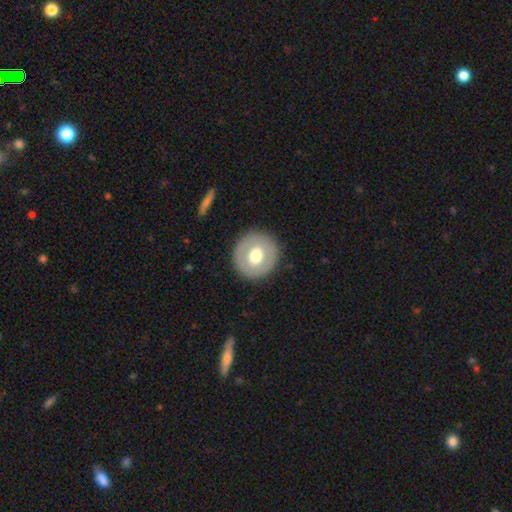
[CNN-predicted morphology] type=smooth (57%); roundness=round (92%); merging=none (89%).